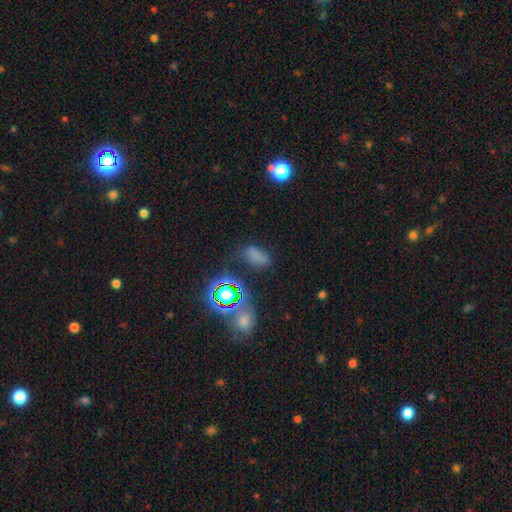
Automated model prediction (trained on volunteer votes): A smooth galaxy with no disk features (63%) that is in between round and cigar-shaped (88%).

Vote fractions:
- Smooth or featured? smooth: 63% / star or artifact: 27% / featured or disk: 10%
- How rounded? in between: 88% / round: 8% / cigar-shaped: 5%
- Merging? none: 62% / minor disturbance: 22% / major disturbance: 11% / merger: 6%